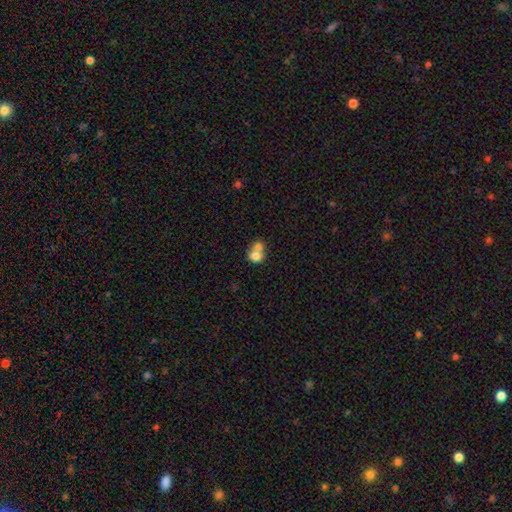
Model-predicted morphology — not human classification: smooth-or-featured: smooth: 74% | featured or disk: 16% | star or artifact: 10%
  how-rounded: round: 72% | in between: 27% | cigar-shaped: 1%
  merging: merger: 65% | none: 27% | minor disturbance: 6% | major disturbance: 3%